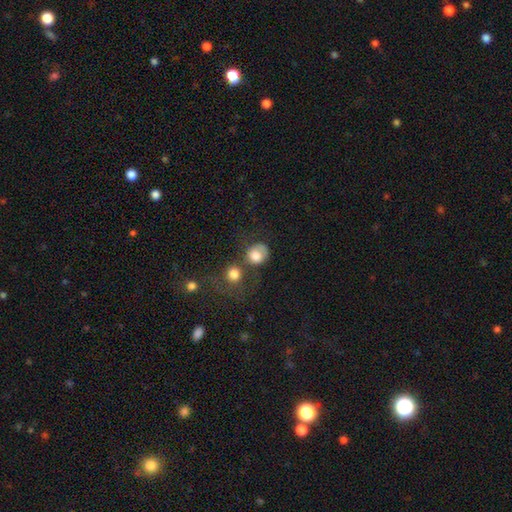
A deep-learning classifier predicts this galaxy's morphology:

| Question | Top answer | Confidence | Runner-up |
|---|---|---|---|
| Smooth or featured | smooth | 76% | featured or disk (15%) |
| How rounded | round | 75% | in between (24%) |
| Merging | none | 36% | merger (30%) |